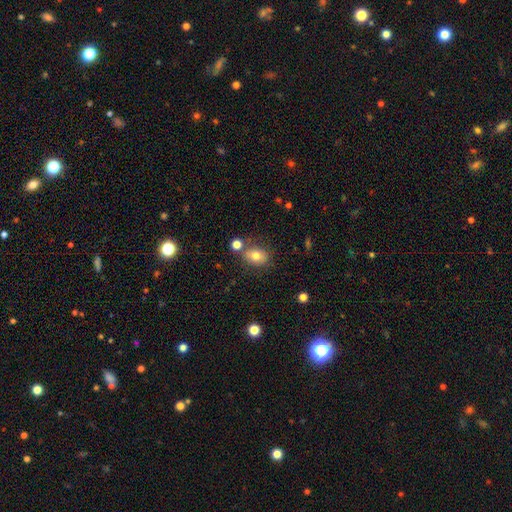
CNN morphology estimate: smooth-or-featured: smooth: 76% | featured or disk: 14% | star or artifact: 11%
  how-rounded: in between: 61% | round: 38% | cigar-shaped: 1%
  merging: none: 68% | merger: 14% | minor disturbance: 14% | major disturbance: 4%